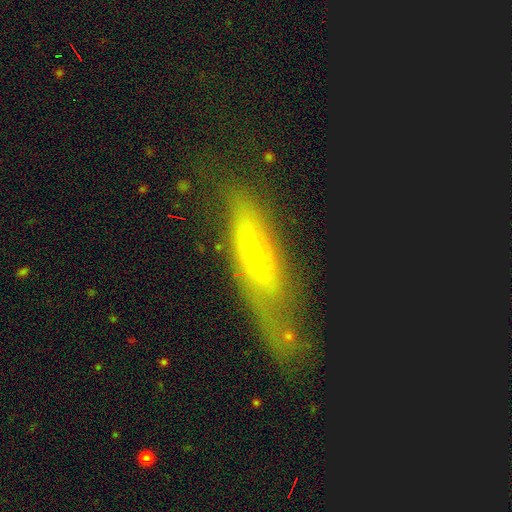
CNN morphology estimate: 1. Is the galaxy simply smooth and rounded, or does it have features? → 51% featured or disk, 35% smooth, 14% star or artifact.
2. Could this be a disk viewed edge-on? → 63% yes, 37% no.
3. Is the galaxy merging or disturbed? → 57% none, 24% minor disturbance, 15% major disturbance, 4% merger.